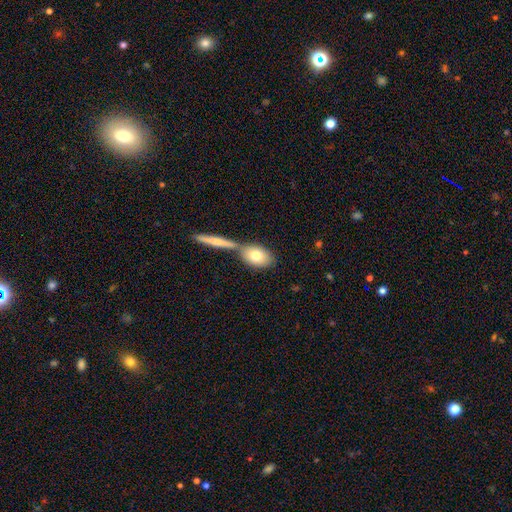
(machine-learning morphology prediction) This appears to be a smooth galaxy with no disk features (76%) that is in between round and cigar-shaped (82%). Merging: none (54%).